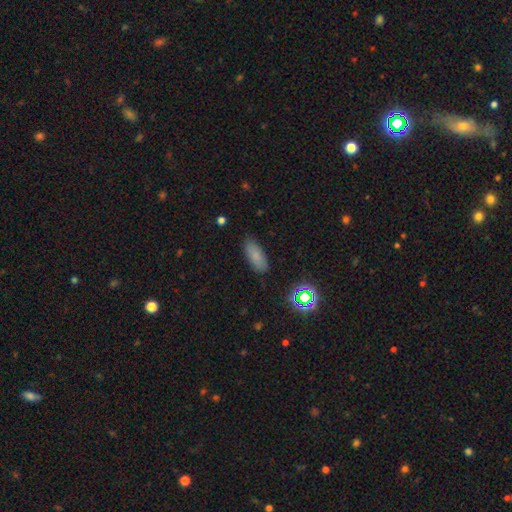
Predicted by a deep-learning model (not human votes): smooth_or_featured: smooth (p=0.81) [alt: star or artifact p=0.12]
how_rounded: in between (p=0.80) [alt: cigar-shaped p=0.17]
merging: none (p=0.85) [alt: minor disturbance p=0.11]